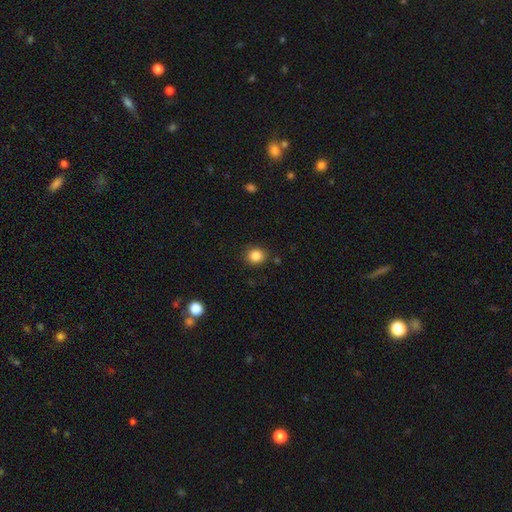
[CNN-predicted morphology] type=smooth (85%); roundness=round (79%); merging=none (87%).